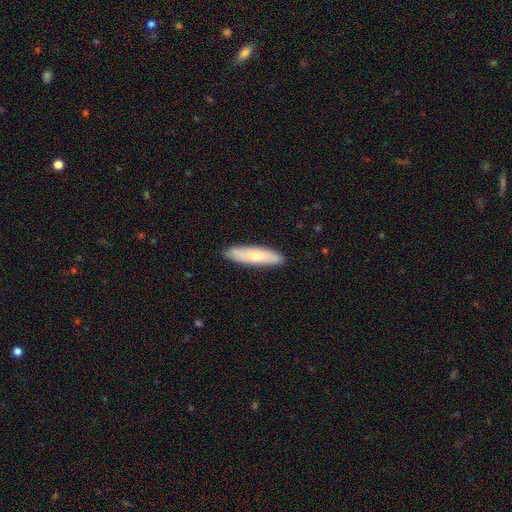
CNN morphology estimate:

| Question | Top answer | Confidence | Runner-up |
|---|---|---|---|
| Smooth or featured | smooth | 69% | featured or disk (25%) |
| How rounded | cigar-shaped | 71% | in between (28%) |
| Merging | none | 87% | minor disturbance (10%) |